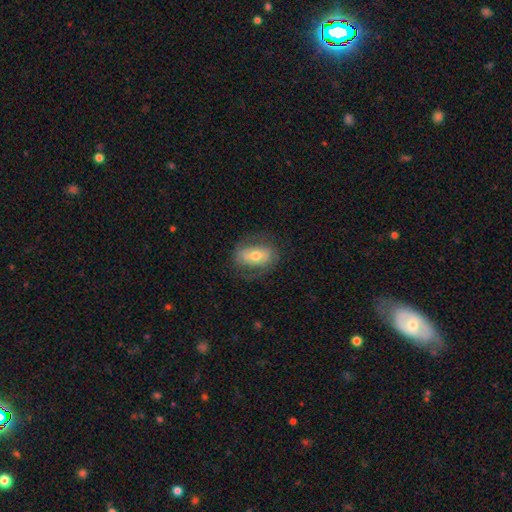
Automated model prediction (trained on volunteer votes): A smooth galaxy with no disk features (47%).

Vote fractions:
- Smooth or featured? smooth: 47% / featured or disk: 46% / star or artifact: 7%
- Merging? none: 71% / minor disturbance: 18% / major disturbance: 10% / merger: 1%